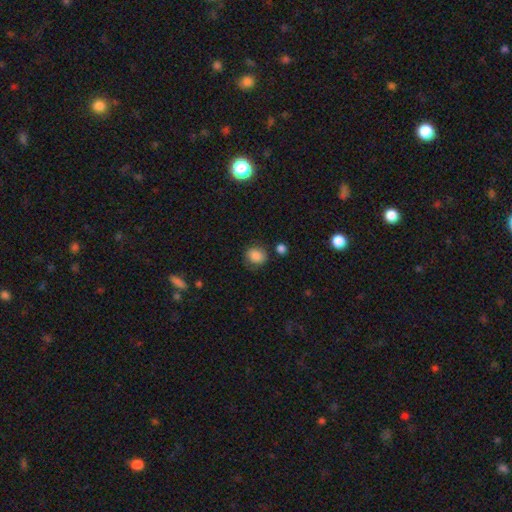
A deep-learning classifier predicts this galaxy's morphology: This appears to be a smooth galaxy with no disk features (81%) that is round (68%). Merging: none (70%).